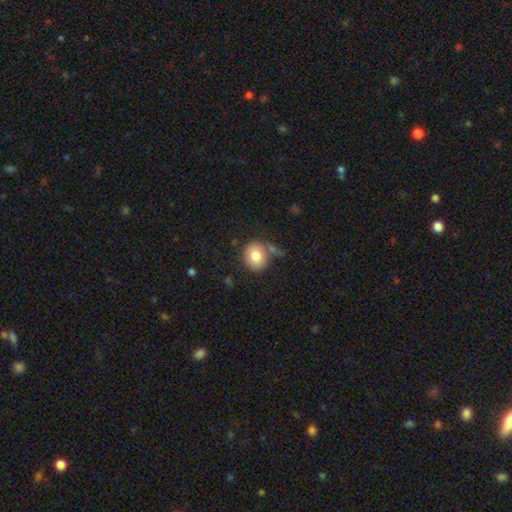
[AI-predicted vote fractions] Smooth or featured? smooth (80%)
How rounded? round (75%)
Merging? none (64%)